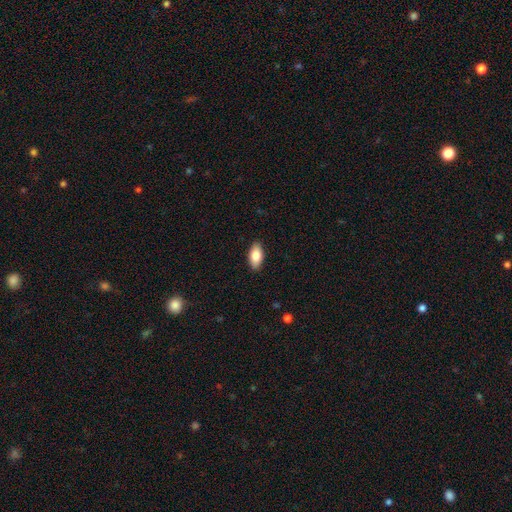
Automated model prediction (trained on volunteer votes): A smooth galaxy with no disk features (84%) that is in between round and cigar-shaped (92%). Merging: none (89%).